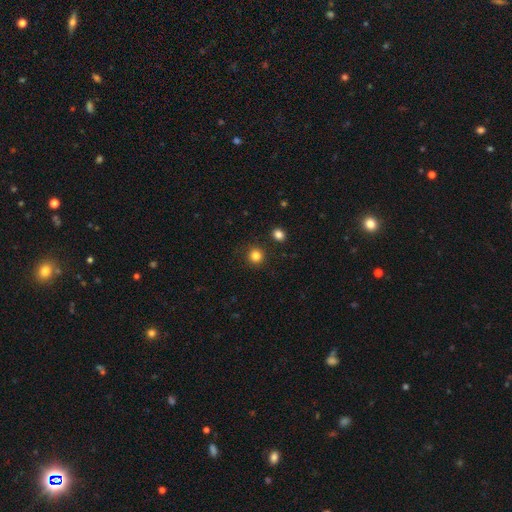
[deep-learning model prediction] Q: Smooth or featured?
A: smooth (83%); runner-up: star or artifact (13%)
Q: How rounded?
A: round (93%); runner-up: in between (6%)
Q: Merging?
A: none (90%); runner-up: minor disturbance (6%)